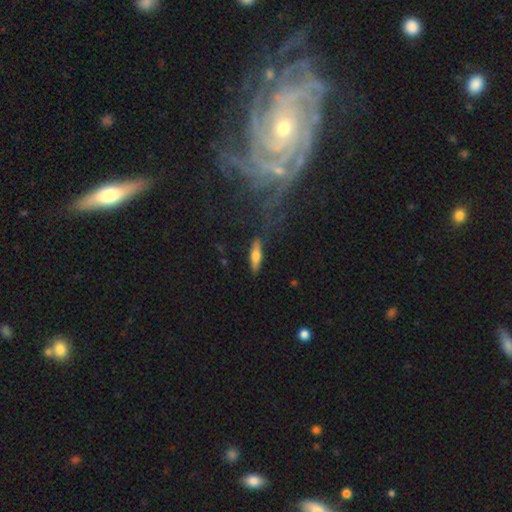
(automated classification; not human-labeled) This is possibly a smooth galaxy (53%). How rounded: likely cigar-shaped (64%). Merging: clearly none (84%).